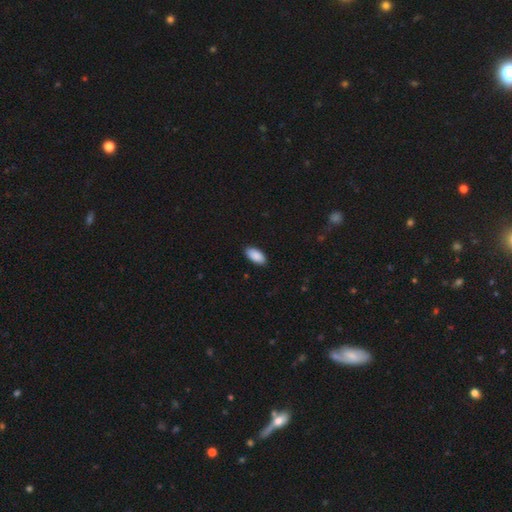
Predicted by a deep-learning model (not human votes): This appears to be a smooth galaxy with no disk features (90%) that is in between round and cigar-shaped (94%). Merging: none (89%).